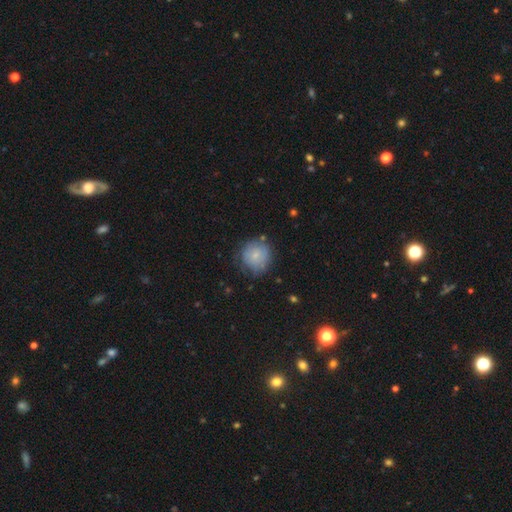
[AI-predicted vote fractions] Q: Smooth or featured?
A: smooth (74%); runner-up: featured or disk (18%)
Q: How rounded?
A: round (88%); runner-up: in between (11%)
Q: Merging?
A: none (66%); runner-up: minor disturbance (23%)